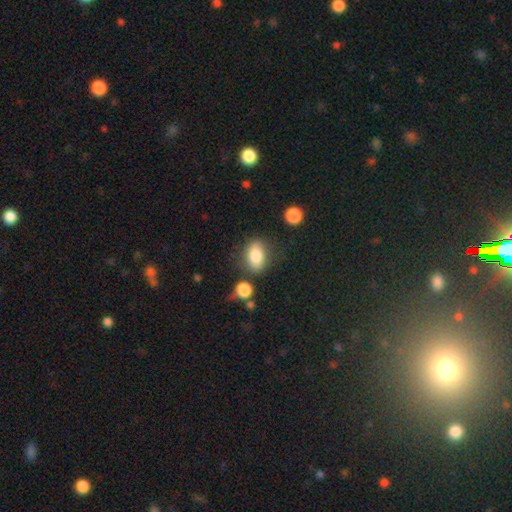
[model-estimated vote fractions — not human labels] Smooth or featured?
  - smooth: 81% *
  - featured or disk: 10%
  - star or artifact: 8%
How rounded?
  - in between: 79% *
  - round: 18%
  - cigar-shaped: 3%
Merging?
  - none: 70% *
  - minor disturbance: 17%
  - merger: 7%
  - major disturbance: 6%